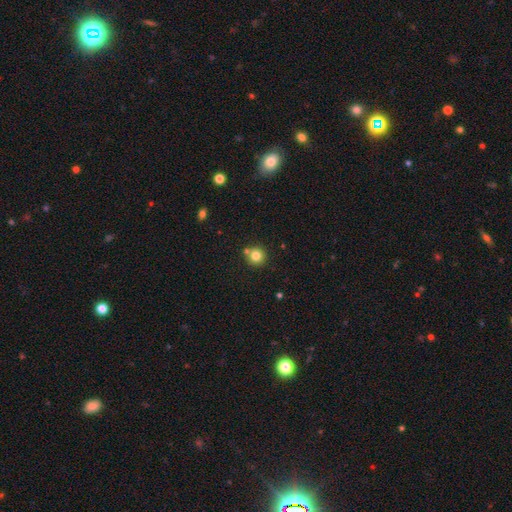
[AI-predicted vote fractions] This is clearly a smooth galaxy (81%). How rounded: clearly round (93%). Merging: likely none (75%).